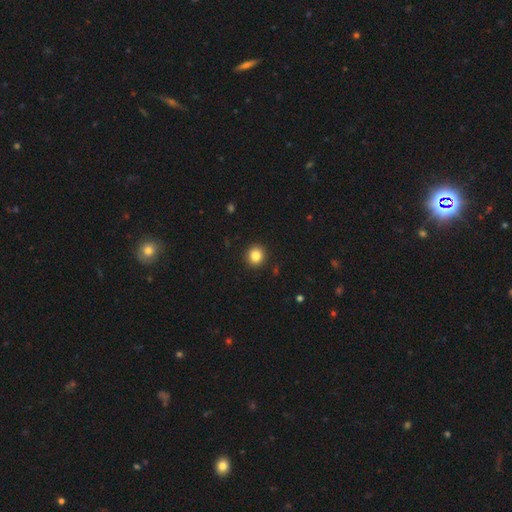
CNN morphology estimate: smooth-or-featured: smooth: 85% | star or artifact: 10% | featured or disk: 5%
  how-rounded: round: 87% | in between: 12% | cigar-shaped: 1%
  merging: none: 92% | minor disturbance: 5% | major disturbance: 2% | merger: 1%